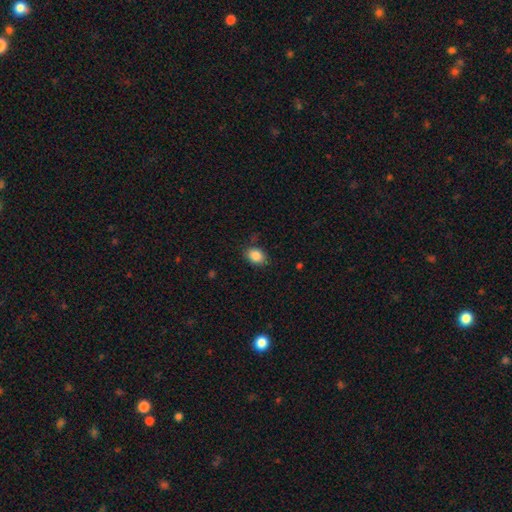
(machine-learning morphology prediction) type=smooth (86%); roundness=in between (67%); merging=none (80%).